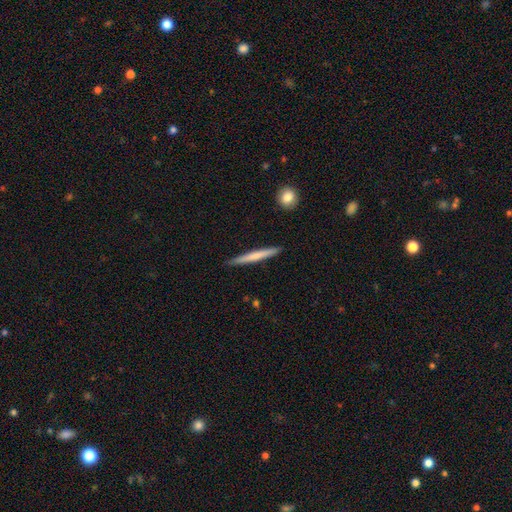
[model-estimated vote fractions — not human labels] This appears to be a smooth galaxy with no disk features (60%) that is cigar-shaped (96%). Merging: none (89%).